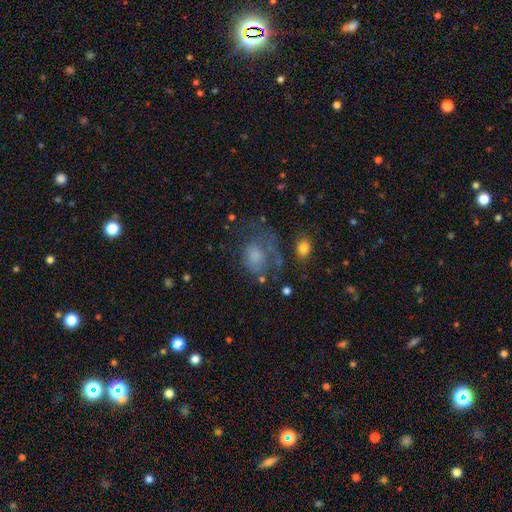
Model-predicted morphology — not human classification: Smooth or featured: smooth — 53% (featured or disk — 33%)
How rounded: in between — 59% (round — 40%)
Merging: major disturbance — 36% (tied with none — 36%)